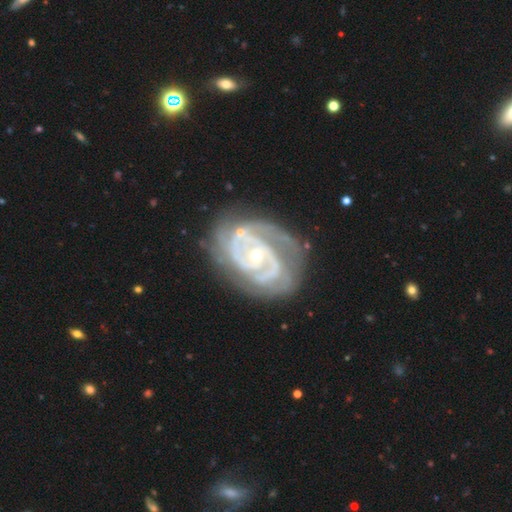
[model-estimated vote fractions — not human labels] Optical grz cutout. It shows a featured or disk galaxy (91%) with no bar (56%), 2 (62%) tight (63%) spiral arms (97%) and a small central bulge (73%). Merging: none (70%).